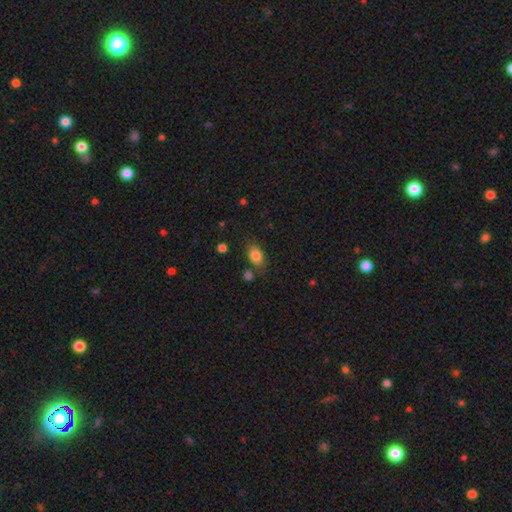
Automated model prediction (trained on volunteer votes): Smooth or featured? smooth (83%)
How rounded? in between (82%)
Merging? none (73%)